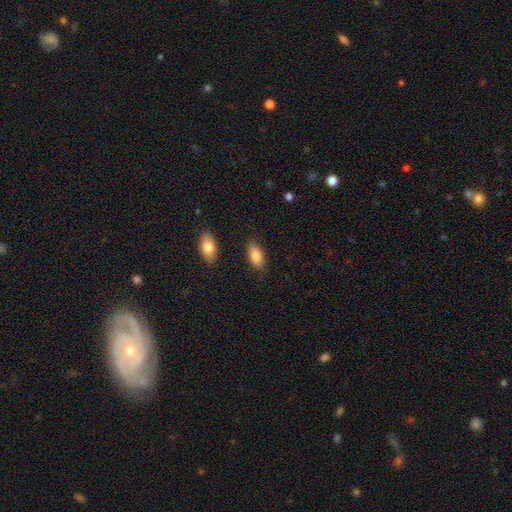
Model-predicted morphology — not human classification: A smooth galaxy with no disk features (83%) that is in between round and cigar-shaped (91%).

Vote fractions:
- Smooth or featured? smooth: 83% / featured or disk: 10% / star or artifact: 6%
- How rounded? in between: 91% / cigar-shaped: 7% / round: 3%
- Merging? none: 84% / minor disturbance: 11% / merger: 3% / major disturbance: 3%